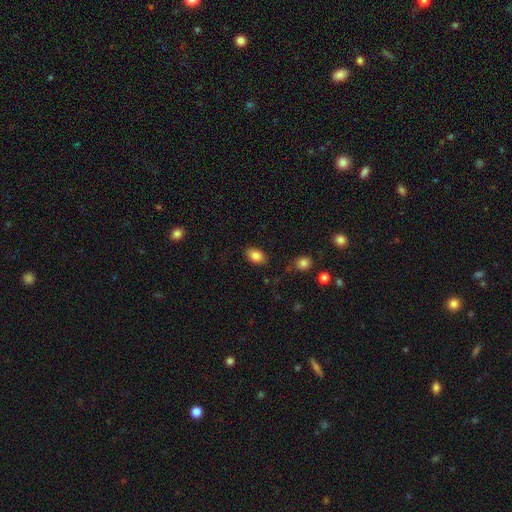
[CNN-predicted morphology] Smooth or featured: smooth — 85% (star or artifact — 9%)
How rounded: in between — 83% (round — 16%)
Merging: none — 82% (minor disturbance — 12%)